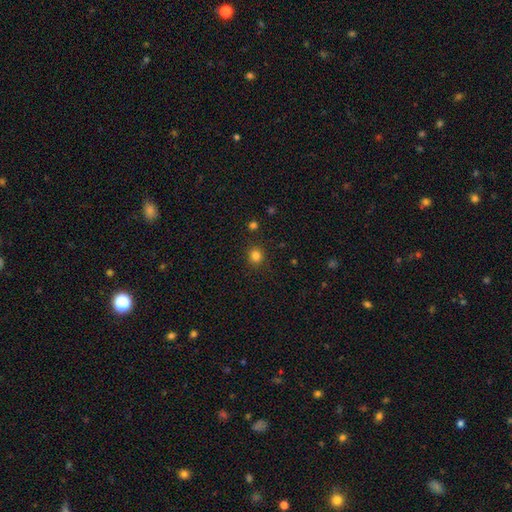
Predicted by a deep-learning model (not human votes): smooth-or-featured: smooth: 82% | star or artifact: 13% | featured or disk: 4%
  how-rounded: round: 88% | in between: 12% | cigar-shaped: 1%
  merging: none: 89% | minor disturbance: 7% | major disturbance: 2% | merger: 2%